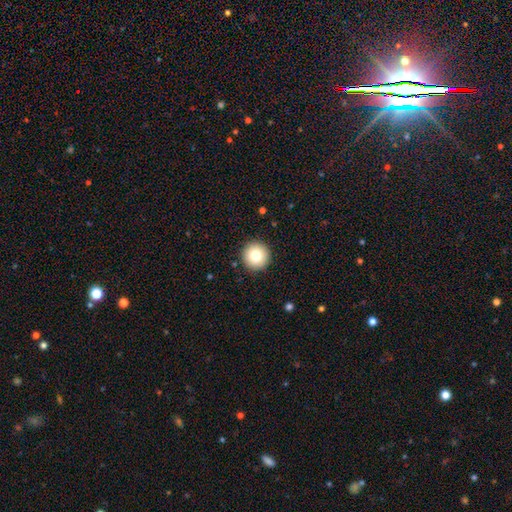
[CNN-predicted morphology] Smooth or featured?
  - smooth: 79% *
  - featured or disk: 12%
  - star or artifact: 10%
How rounded?
  - round: 96% *
  - in between: 3%
  - cigar-shaped: 1%
Merging?
  - none: 92% *
  - minor disturbance: 5%
  - major disturbance: 2%
  - merger: 1%